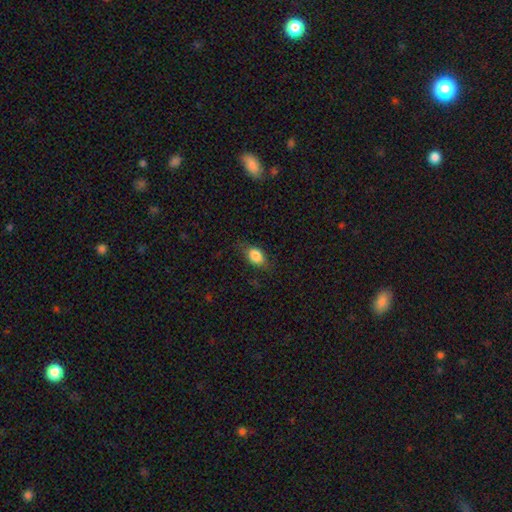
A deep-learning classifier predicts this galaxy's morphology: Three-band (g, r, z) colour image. It shows a smooth galaxy with no disk features (82%) that is in between round and cigar-shaped (79%). Merging: none (71%).